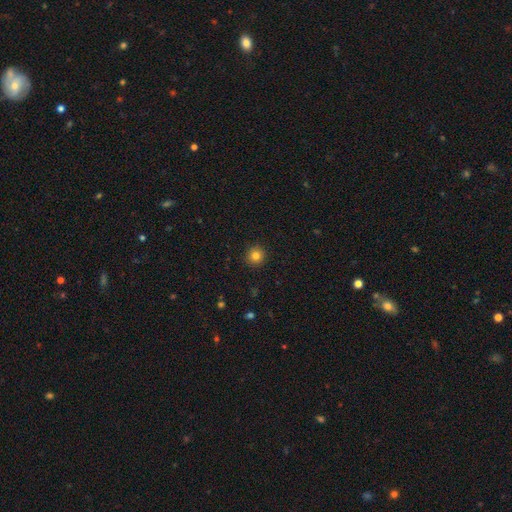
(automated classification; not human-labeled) Smooth or featured: smooth — 82% (star or artifact — 12%)
How rounded: round — 95% (in between — 4%)
Merging: none — 92% (minor disturbance — 5%)